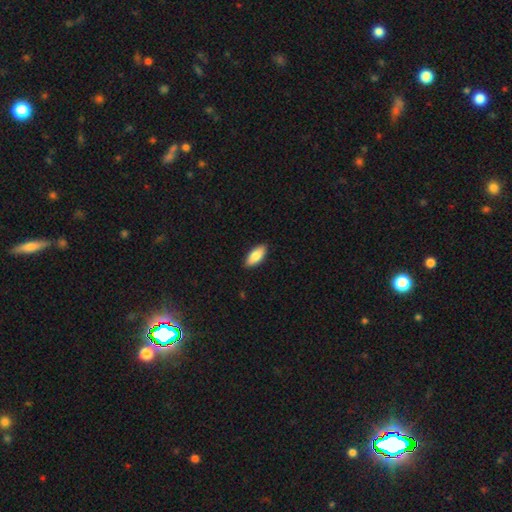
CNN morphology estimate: type=smooth (84%); roundness=in between (86%); merging=none (88%).